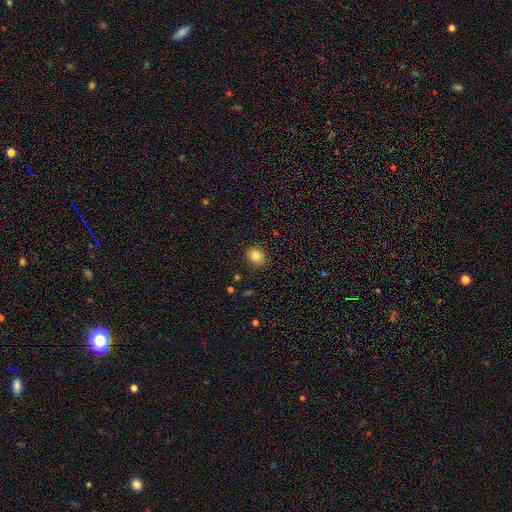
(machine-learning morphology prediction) Q: Smooth or featured?
A: smooth (84%); runner-up: star or artifact (10%)
Q: How rounded?
A: round (50%); runner-up: in between (49%)
Q: Merging?
A: none (87%); runner-up: minor disturbance (9%)